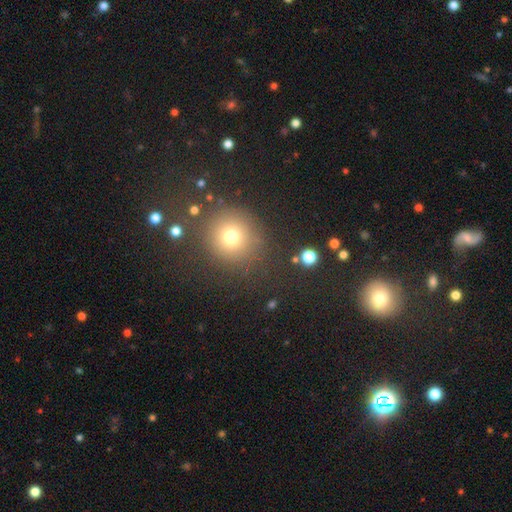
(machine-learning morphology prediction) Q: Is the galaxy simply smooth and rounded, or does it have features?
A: smooth — 60%.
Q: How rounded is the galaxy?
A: round — 88%.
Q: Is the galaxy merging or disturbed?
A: none — 85%.